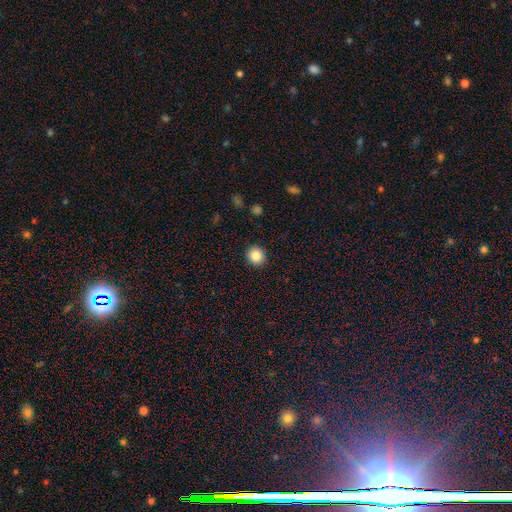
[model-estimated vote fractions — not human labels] smooth 85%, star or artifact 10%, featured or disk 5%. Down the decision tree: how rounded — round (90%); merging — none (92%).